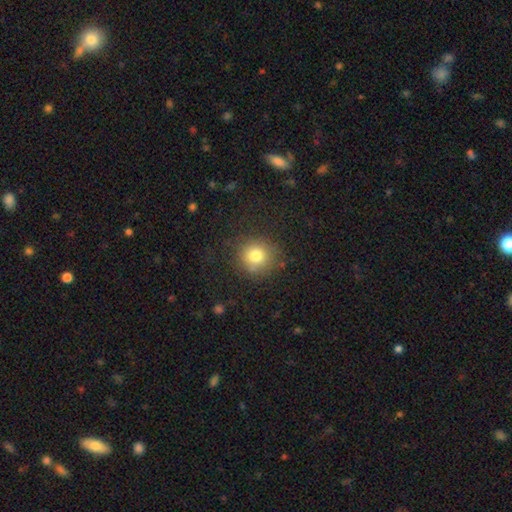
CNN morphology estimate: Overall: smooth (79%). How rounded: round (90%). Merging: none (82%).